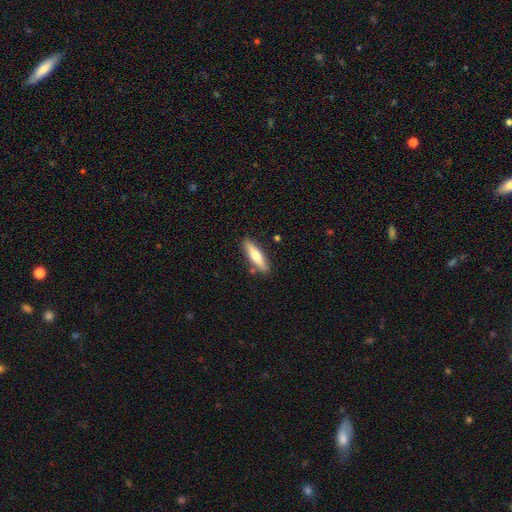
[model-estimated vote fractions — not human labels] Morphology: type=smooth (56%); roundness=cigar-shaped (73%); merging=none (84%).